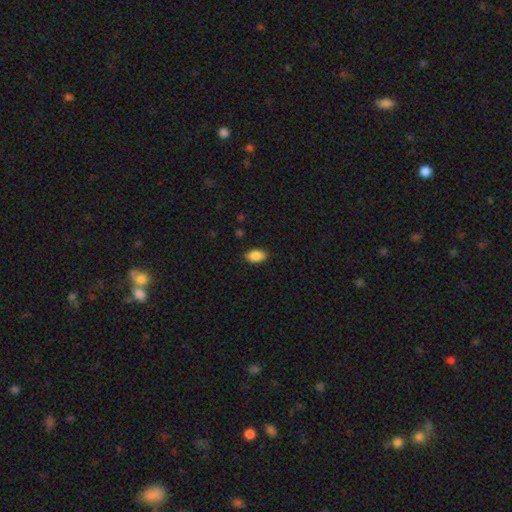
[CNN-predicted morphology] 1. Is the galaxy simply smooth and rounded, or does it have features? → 89% smooth, 7% star or artifact, 4% featured or disk.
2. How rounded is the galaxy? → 92% in between, 7% round, 2% cigar-shaped.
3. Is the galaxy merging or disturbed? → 87% none, 10% minor disturbance, 2% major disturbance, 1% merger.